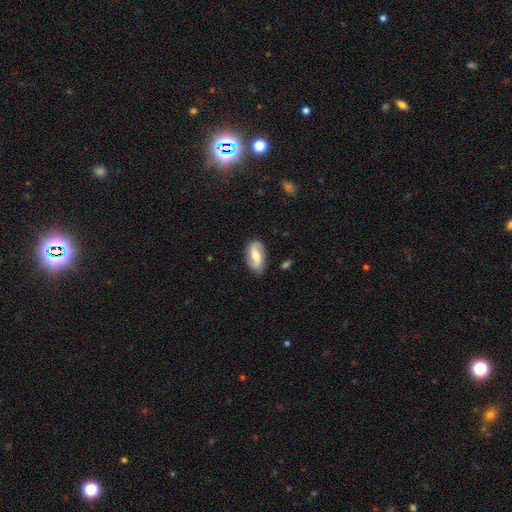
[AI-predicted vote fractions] smooth_or_featured: featured or disk (p=0.67) [alt: smooth p=0.27]
disk_edge_on: no (p=0.95) [alt: yes p=0.05]
bar: weak (p=0.42) [alt: no p=0.39]
has_spiral_arms: yes (p=0.92) [alt: no p=0.08]
spiral_winding: loose (p=0.61) [alt: medium p=0.27]
spiral_arm_count: 2 (p=0.91) [alt: can't tell p=0.04]
bulge_size: moderate (p=0.57) [alt: small p=0.28]
merging: none (p=0.83) [alt: minor disturbance p=0.12]